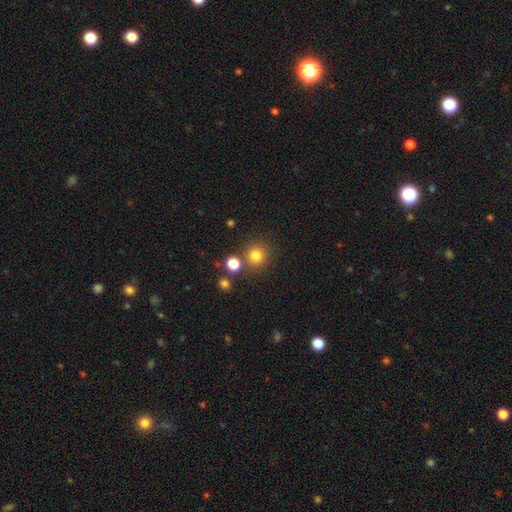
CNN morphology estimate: A smooth galaxy with no disk features (80%) that is round (92%).

Vote fractions:
- Smooth or featured? smooth: 80% / star or artifact: 14% / featured or disk: 6%
- How rounded? round: 92% / in between: 7% / cigar-shaped: 1%
- Merging? none: 79% / merger: 10% / minor disturbance: 8% / major disturbance: 3%